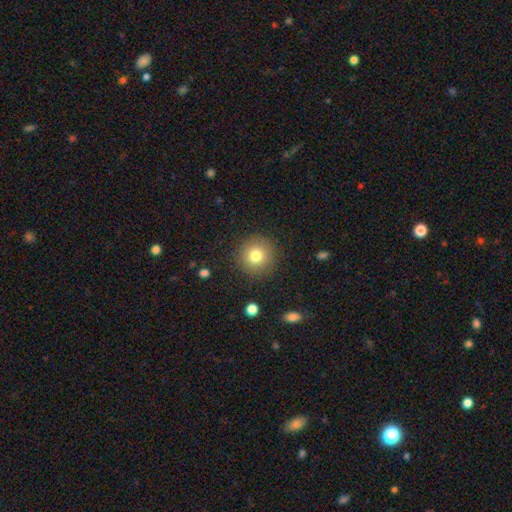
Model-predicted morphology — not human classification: Q: Smooth or featured?
A: smooth (78%); runner-up: star or artifact (12%)
Q: How rounded?
A: round (95%); runner-up: in between (4%)
Q: Merging?
A: none (89%); runner-up: minor disturbance (7%)